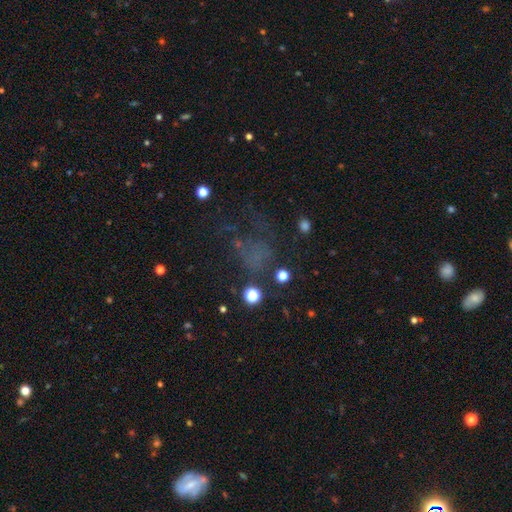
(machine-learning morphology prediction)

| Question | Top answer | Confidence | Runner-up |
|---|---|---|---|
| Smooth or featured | star or artifact | 40% | smooth (33%) |